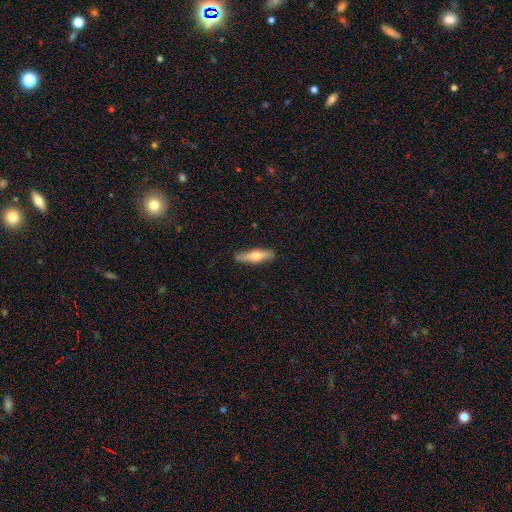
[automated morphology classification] Smooth or featured: smooth — 56% (featured or disk — 38%)
How rounded: cigar-shaped — 81% (in between — 17%)
Merging: none — 85% (minor disturbance — 12%)